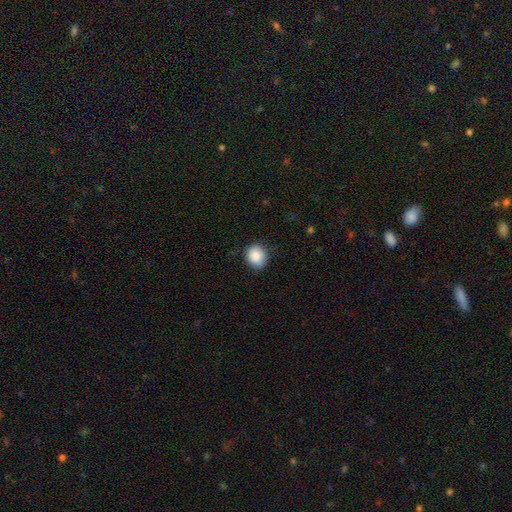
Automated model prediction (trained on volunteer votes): Smooth or featured: smooth — 88% (star or artifact — 8%)
How rounded: round — 76% (in between — 24%)
Merging: none — 75% (minor disturbance — 21%)